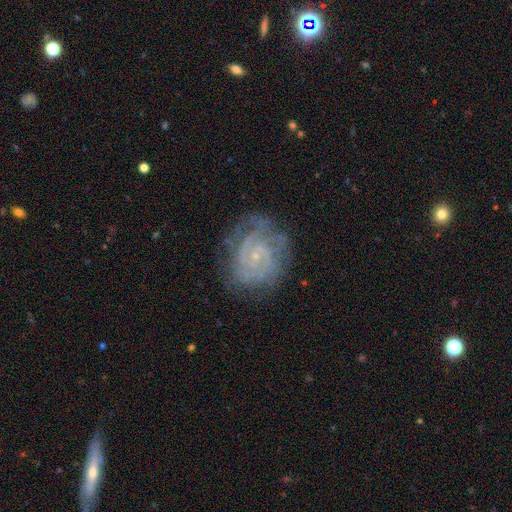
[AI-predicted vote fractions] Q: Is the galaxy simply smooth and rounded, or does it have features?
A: featured or disk — 79%.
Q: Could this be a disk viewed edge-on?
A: no — 98%.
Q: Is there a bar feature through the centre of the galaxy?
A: no — 60%.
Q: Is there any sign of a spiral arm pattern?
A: yes — 92%.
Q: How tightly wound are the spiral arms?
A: tight — 67%.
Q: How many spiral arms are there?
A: can't tell — 38%.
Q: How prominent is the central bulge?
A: small — 81%.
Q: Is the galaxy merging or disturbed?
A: none — 71%.